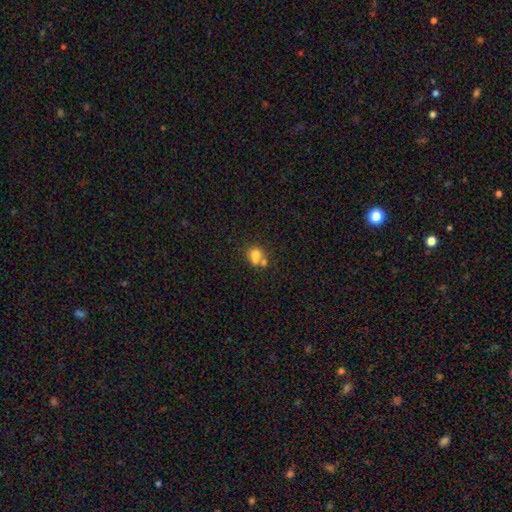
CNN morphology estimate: Smooth or featured? Predicted: smooth (p=0.72). How rounded? Predicted: round (p=0.56). Merging? Predicted: merger (p=0.48).